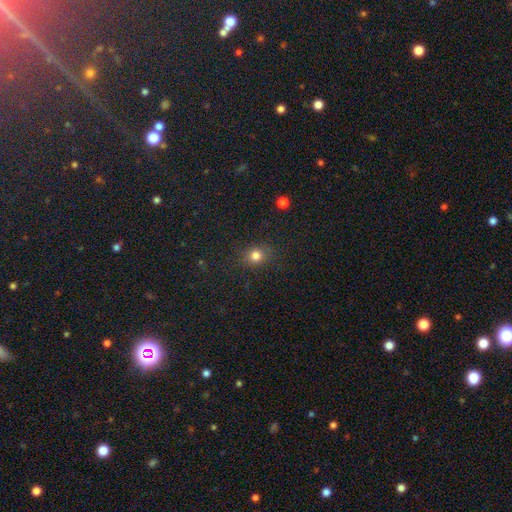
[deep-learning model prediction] This is likely a smooth galaxy (79%). How rounded: likely round (75%). Merging: clearly none (86%).